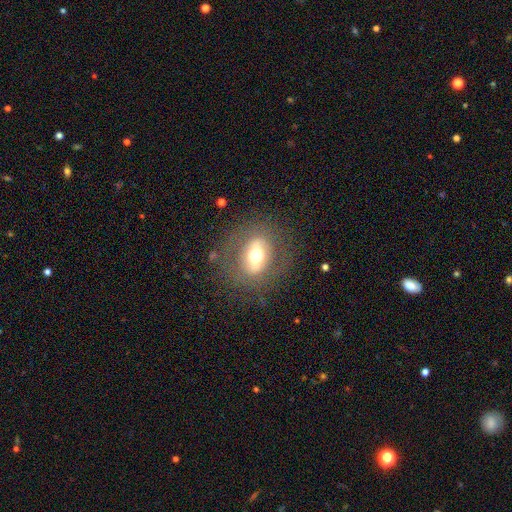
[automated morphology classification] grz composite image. It shows a featured or disk galaxy (48%). Merging: none (77%).